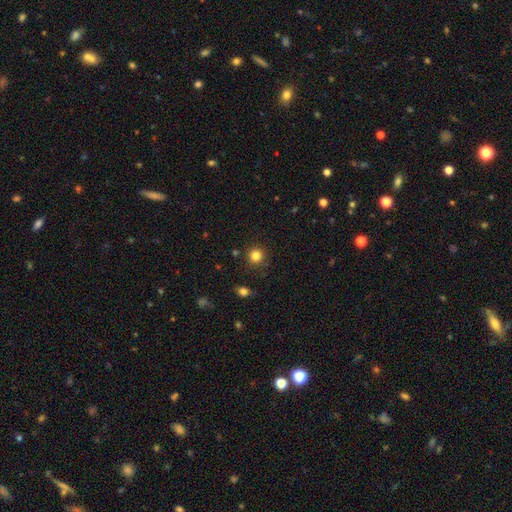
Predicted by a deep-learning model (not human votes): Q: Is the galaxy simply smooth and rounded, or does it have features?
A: smooth — 83%.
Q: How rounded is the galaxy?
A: round — 94%.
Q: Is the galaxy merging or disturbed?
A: none — 88%.